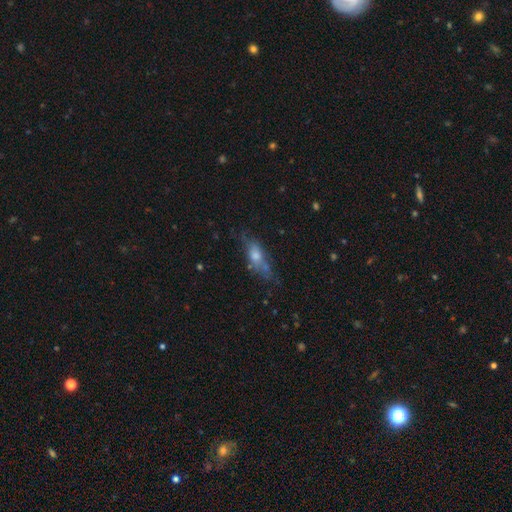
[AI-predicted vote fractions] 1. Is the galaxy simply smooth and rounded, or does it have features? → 47% smooth, 41% featured or disk, 12% star or artifact.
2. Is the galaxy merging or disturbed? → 54% none, 26% minor disturbance, 14% major disturbance, 6% merger.